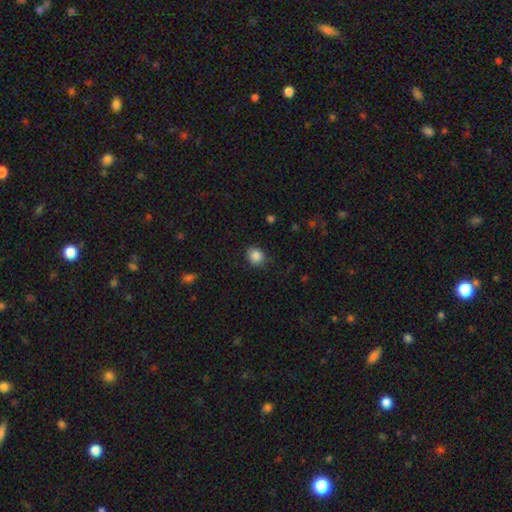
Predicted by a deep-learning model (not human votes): The model was most divided on "how rounded": round: 67%, in between: 32%, cigar-shaped: 1%. More confident: smooth or featured — smooth (86%); merging — none (83%).